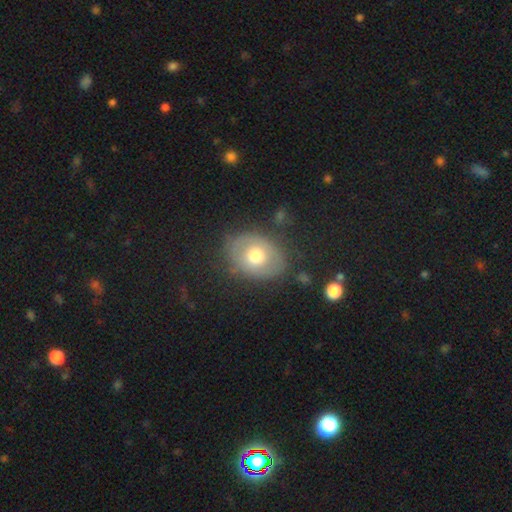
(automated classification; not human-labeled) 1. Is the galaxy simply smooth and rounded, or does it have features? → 59% smooth, 31% featured or disk, 10% star or artifact.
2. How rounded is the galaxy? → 60% in between, 39% round, 1% cigar-shaped.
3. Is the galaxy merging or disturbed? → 73% none, 17% minor disturbance, 8% major disturbance, 2% merger.